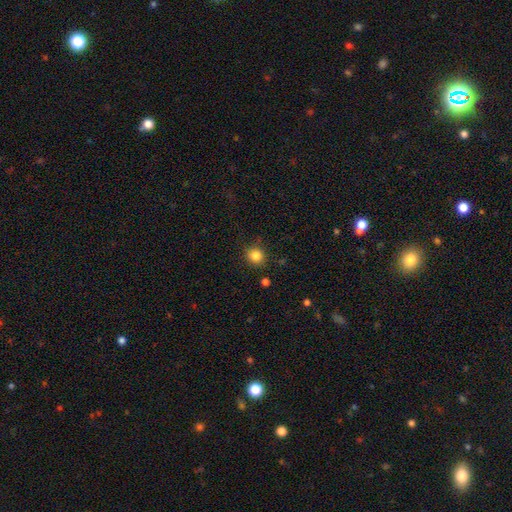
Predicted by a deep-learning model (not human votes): smooth_or_featured: smooth (p=0.83) [alt: star or artifact p=0.12]
how_rounded: round (p=0.86) [alt: in between p=0.13]
merging: none (p=0.87) [alt: minor disturbance p=0.09]